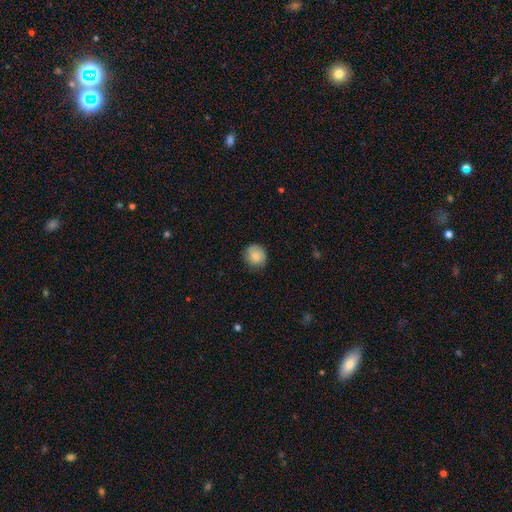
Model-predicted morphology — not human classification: A smooth galaxy with no disk features (82%) that is round (86%). Merging: none (79%).